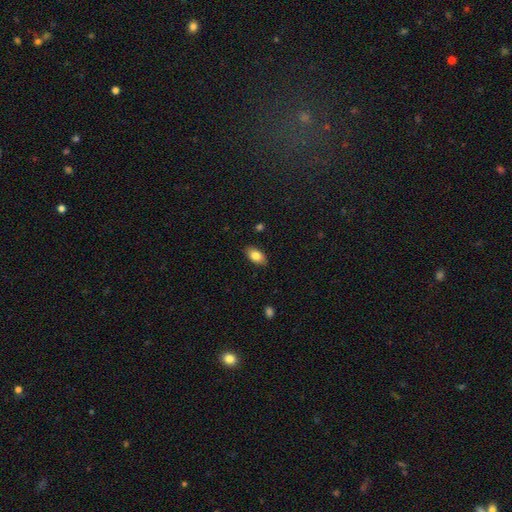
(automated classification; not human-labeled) smooth 82%, featured or disk 11%, star or artifact 7%. Down the decision tree: how rounded — in between (92%); merging — none (87%).